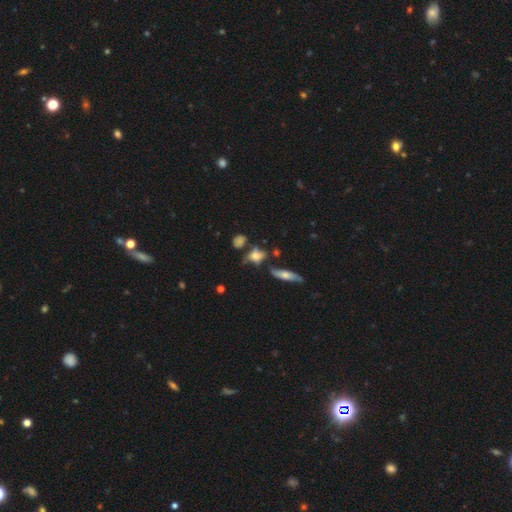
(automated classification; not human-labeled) Smooth or featured?
  - smooth: 58% *
  - featured or disk: 29%
  - star or artifact: 13%
How rounded?
  - in between: 54% *
  - round: 37%
  - cigar-shaped: 9%
Merging?
  - none: 48% *
  - minor disturbance: 23%
  - merger: 16%
  - major disturbance: 14%